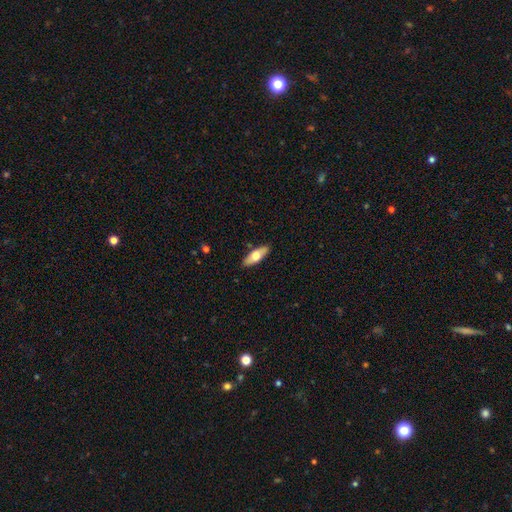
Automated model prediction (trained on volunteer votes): Smooth or featured? Predicted: smooth (p=0.60). How rounded? Predicted: in between (p=0.68). Merging? Predicted: none (p=0.88).